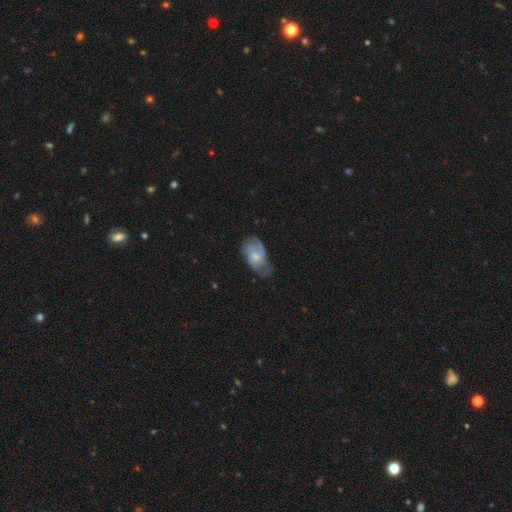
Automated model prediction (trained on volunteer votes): A featured or disk galaxy (57%) with no bar (67%), spiral arms (76%) and a small central bulge (46%).

Vote fractions:
- Smooth or featured? featured or disk: 57% / smooth: 36% / star or artifact: 7%
- Edge-on disk? no: 96% / yes: 4%
- Bar? no: 67% / weak: 29% / strong: 4%
- Spiral arms? yes: 76% / no: 24%
- Bulge size? small: 46% / moderate: 44% / none: 7% / large: 3% / dominant: 1%
- Merging? none: 50% / minor disturbance: 32% / major disturbance: 16% / merger: 2%